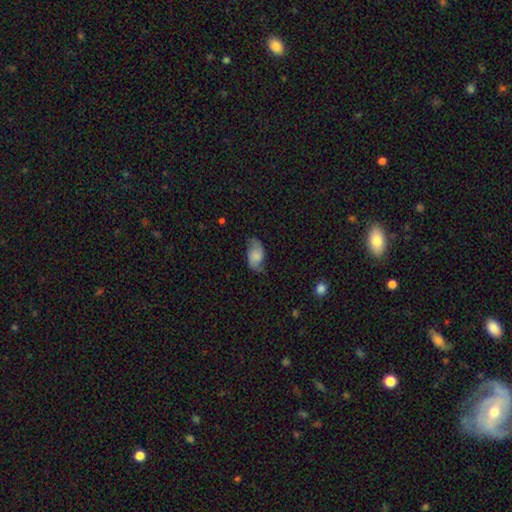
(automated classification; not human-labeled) Smooth or featured? smooth (46%, tied with featured or disk)
Merging? none (69%)